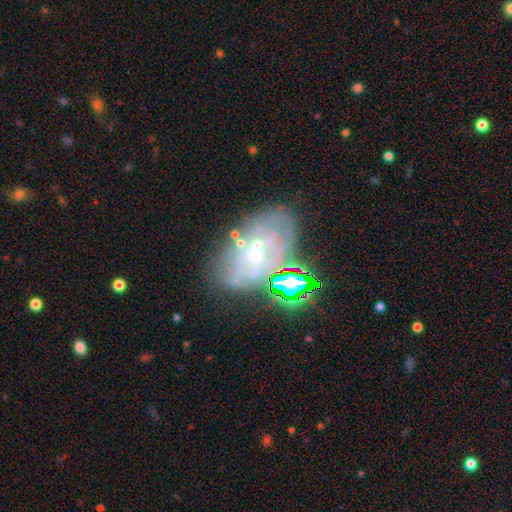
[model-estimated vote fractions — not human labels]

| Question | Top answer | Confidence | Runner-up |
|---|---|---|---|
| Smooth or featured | featured or disk | 60% | smooth (20%) |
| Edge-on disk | no | 94% | yes (6%) |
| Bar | no | 74% | weak (20%) |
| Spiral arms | yes | 54% | no (46%) |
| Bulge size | small | 66% | moderate (23%) |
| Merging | none | 59% | minor disturbance (19%) |